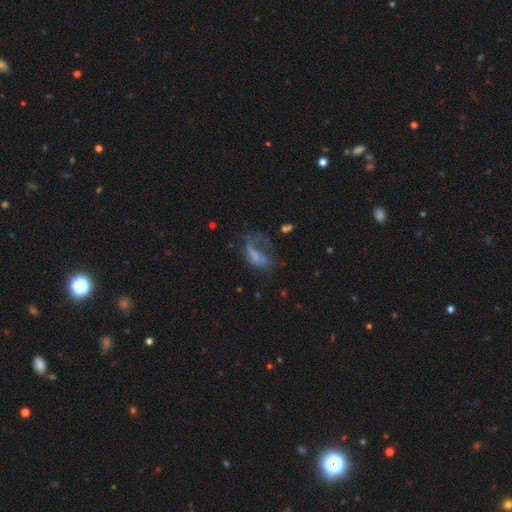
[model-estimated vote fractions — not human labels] Smooth or featured?
  - featured or disk: 47% *
  - smooth: 40%
  - star or artifact: 13%
Merging?
  - major disturbance: 50% *
  - none: 26%
  - minor disturbance: 19%
  - merger: 4%